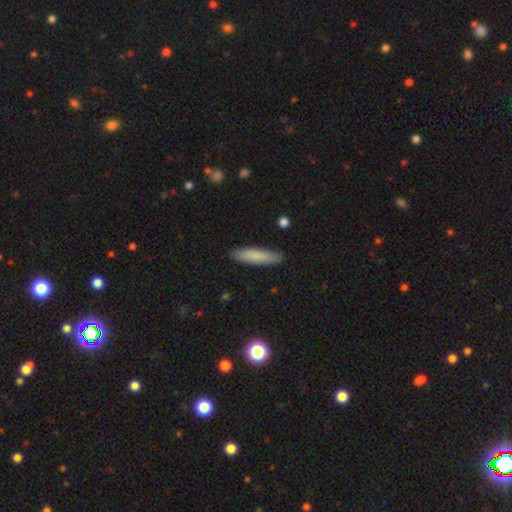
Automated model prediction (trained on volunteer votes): Smooth or featured?
  - smooth: 81% *
  - featured or disk: 13%
  - star or artifact: 6%
How rounded?
  - cigar-shaped: 82% *
  - in between: 17%
  - round: 1%
Merging?
  - none: 88% *
  - minor disturbance: 9%
  - major disturbance: 2%
  - merger: 1%